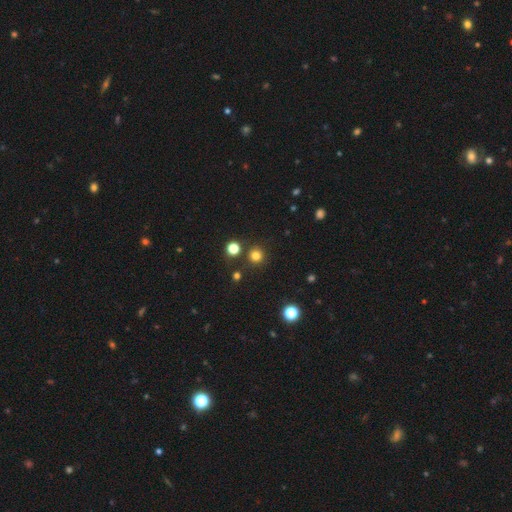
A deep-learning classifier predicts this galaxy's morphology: A smooth galaxy with no disk features (78%) that is round (95%).

Vote fractions:
- Smooth or featured? smooth: 78% / star or artifact: 17% / featured or disk: 5%
- How rounded? round: 95% / in between: 4% / cigar-shaped: 1%
- Merging? none: 87% / minor disturbance: 6% / merger: 5% / major disturbance: 3%